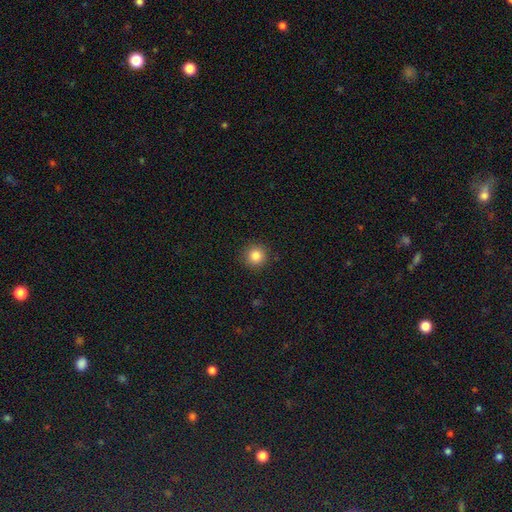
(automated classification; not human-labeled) The model was most divided on "smooth or featured": smooth: 84%, star or artifact: 11%, featured or disk: 5%. More confident: how rounded — round (95%); merging — none (91%).